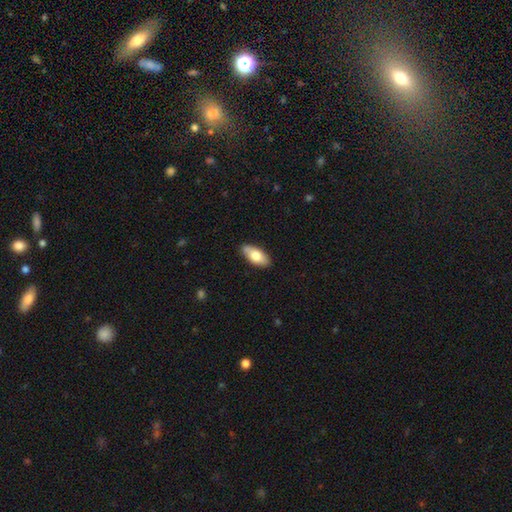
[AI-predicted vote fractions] smooth 74%, featured or disk 21%, star or artifact 6%. Down the decision tree: how rounded — in between (89%); merging — none (84%).